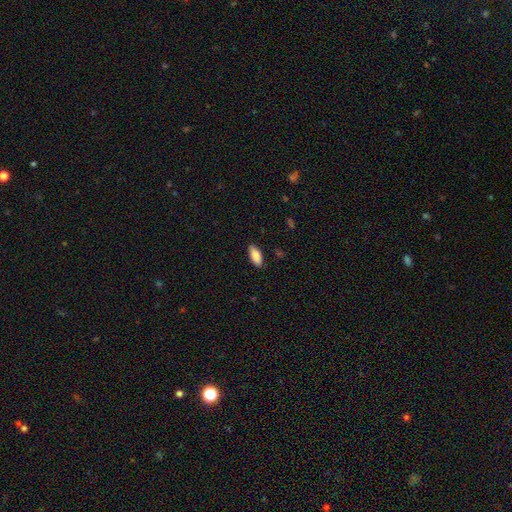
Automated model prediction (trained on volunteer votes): Smooth or featured? smooth (87%)
How rounded? in between (85%)
Merging? none (85%)